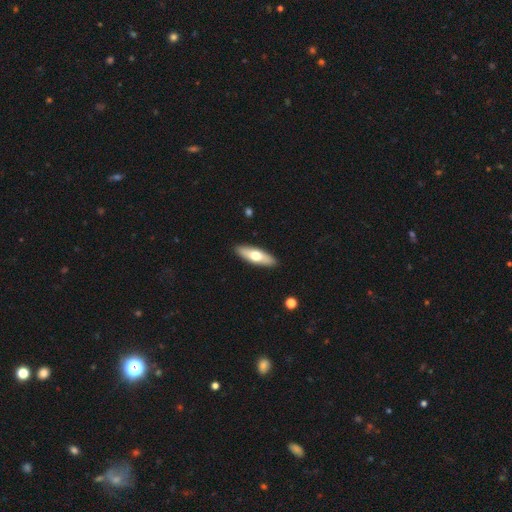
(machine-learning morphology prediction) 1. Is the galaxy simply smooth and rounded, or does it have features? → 61% smooth, 34% featured or disk, 5% star or artifact.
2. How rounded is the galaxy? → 51% in between, 47% cigar-shaped, 2% round.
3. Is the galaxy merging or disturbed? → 90% none, 7% minor disturbance, 2% major disturbance, 1% merger.